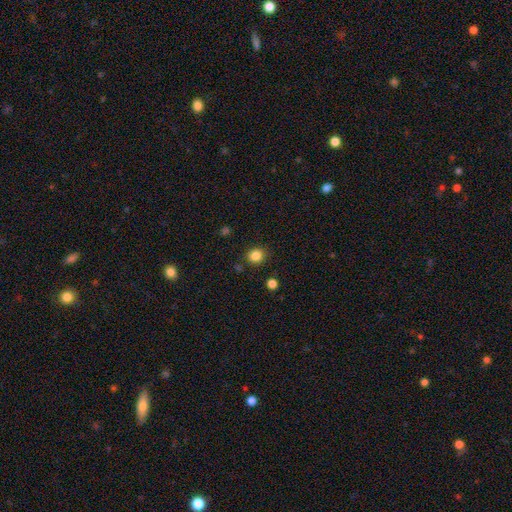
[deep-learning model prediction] Morphology: type=smooth (84%); roundness=round (86%); merging=none (88%).